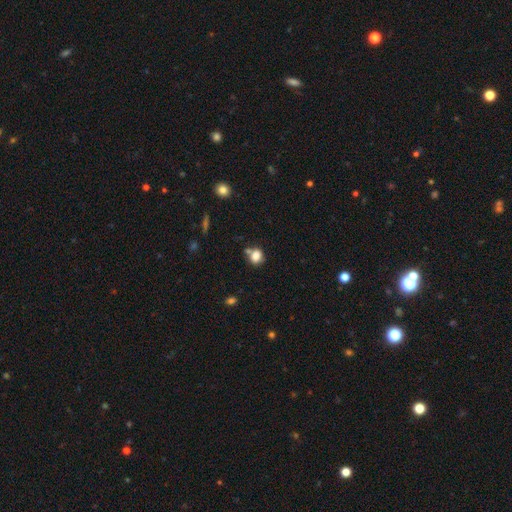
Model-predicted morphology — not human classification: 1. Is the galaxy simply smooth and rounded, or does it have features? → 81% smooth, 11% star or artifact, 8% featured or disk.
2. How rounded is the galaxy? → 57% round, 42% in between, 1% cigar-shaped.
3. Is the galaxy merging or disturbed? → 54% none, 24% merger, 16% minor disturbance, 5% major disturbance.